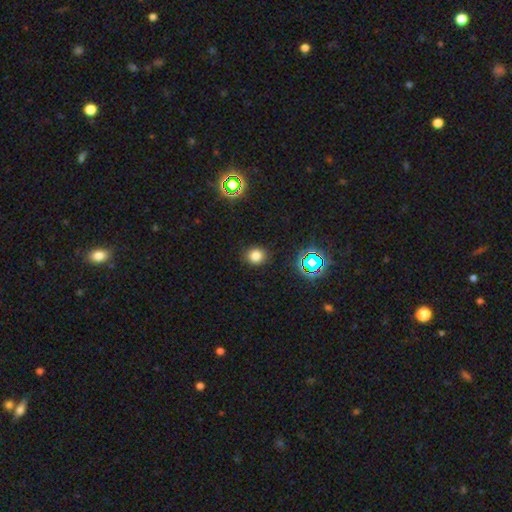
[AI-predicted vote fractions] smooth-or-featured: smooth: 76% | star or artifact: 18% | featured or disk: 5%
  how-rounded: round: 78% | in between: 21% | cigar-shaped: 1%
  merging: none: 88% | minor disturbance: 8% | major disturbance: 3% | merger: 1%